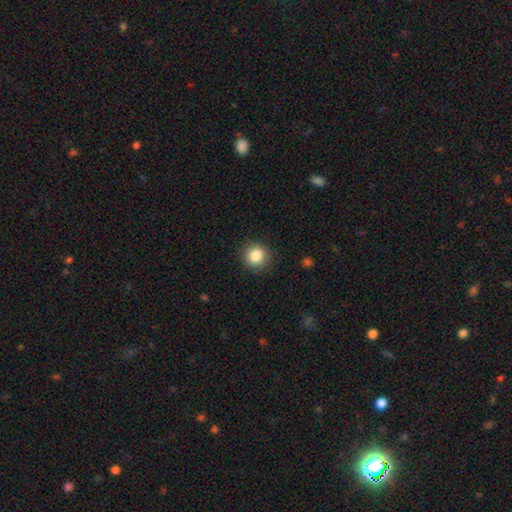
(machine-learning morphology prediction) Smooth or featured: smooth — 85% (star or artifact — 10%)
How rounded: round — 90% (in between — 9%)
Merging: none — 89% (minor disturbance — 7%)